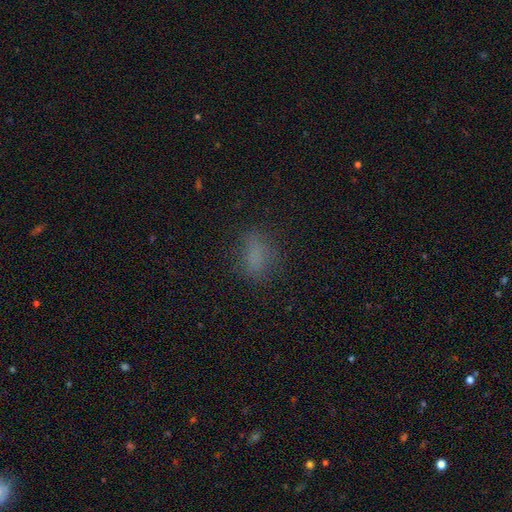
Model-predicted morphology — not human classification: Overall: smooth (74%). How rounded: in between (77%). Merging: none (73%).